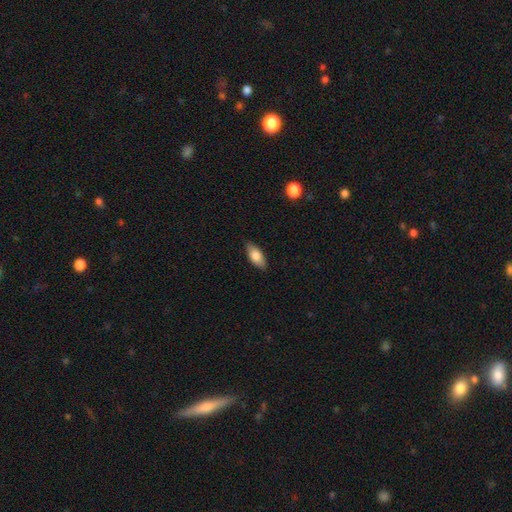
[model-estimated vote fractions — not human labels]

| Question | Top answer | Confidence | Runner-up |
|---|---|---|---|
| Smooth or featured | smooth | 79% | featured or disk (15%) |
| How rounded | in between | 86% | cigar-shaped (11%) |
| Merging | none | 86% | minor disturbance (11%) |